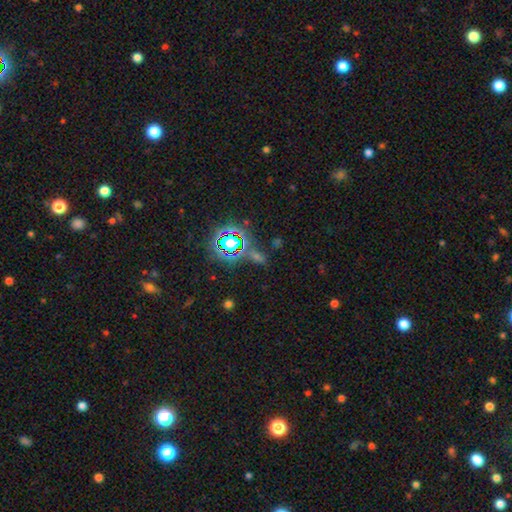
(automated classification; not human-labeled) Smooth or featured?
  - star or artifact: 63% *
  - smooth: 27%
  - featured or disk: 10%